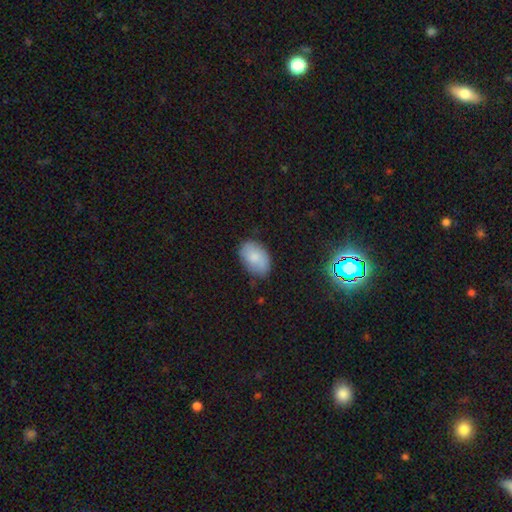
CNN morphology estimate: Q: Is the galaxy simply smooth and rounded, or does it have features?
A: smooth — 76%.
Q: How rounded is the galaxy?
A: in between — 88%.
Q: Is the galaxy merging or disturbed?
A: none — 75%.